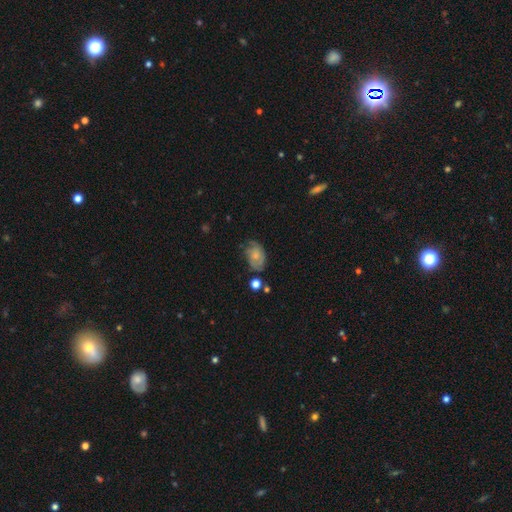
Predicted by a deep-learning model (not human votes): smooth_or_featured: featured or disk (p=0.47) [alt: smooth p=0.45]
merging: none (p=0.55) [alt: minor disturbance p=0.29]